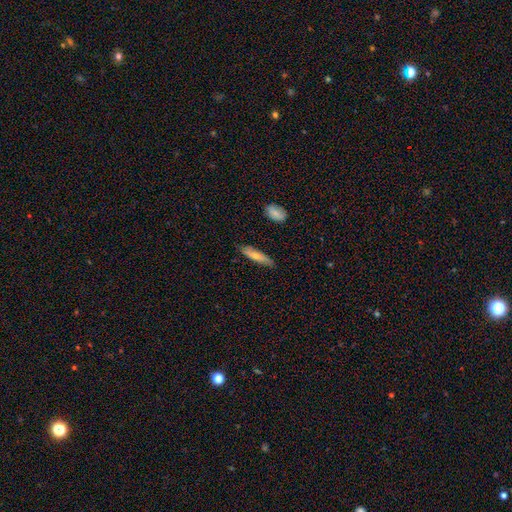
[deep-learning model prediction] Smooth or featured? Predicted: smooth (p=0.64). How rounded? Predicted: cigar-shaped (p=0.75). Merging? Predicted: none (p=0.81).